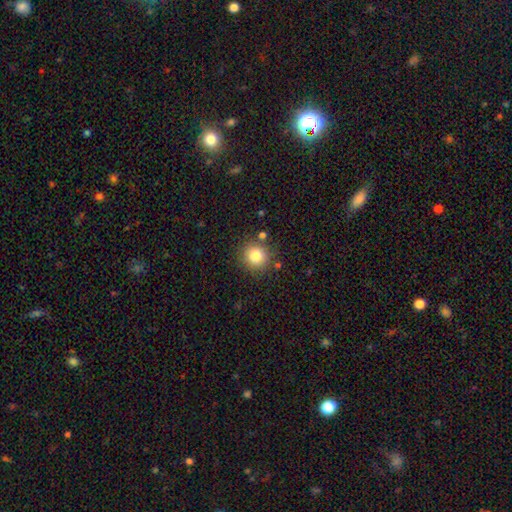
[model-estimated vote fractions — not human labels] smooth-or-featured: smooth: 82% | star or artifact: 11% | featured or disk: 7%
  how-rounded: round: 92% | in between: 7% | cigar-shaped: 1%
  merging: none: 84% | minor disturbance: 8% | merger: 4% | major disturbance: 3%